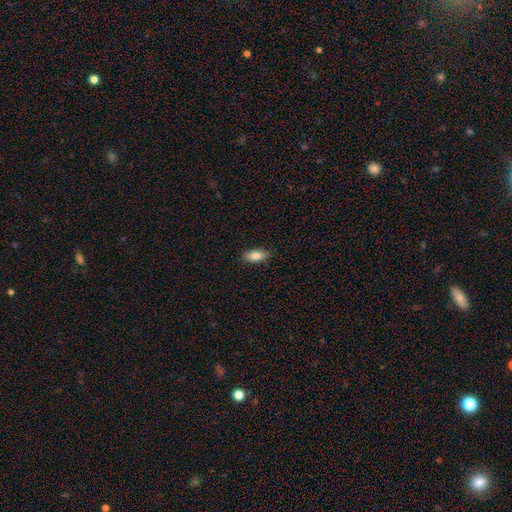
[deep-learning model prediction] Smooth or featured? Predicted: smooth (p=0.84). How rounded? Predicted: in between (p=0.86). Merging? Predicted: none (p=0.87).